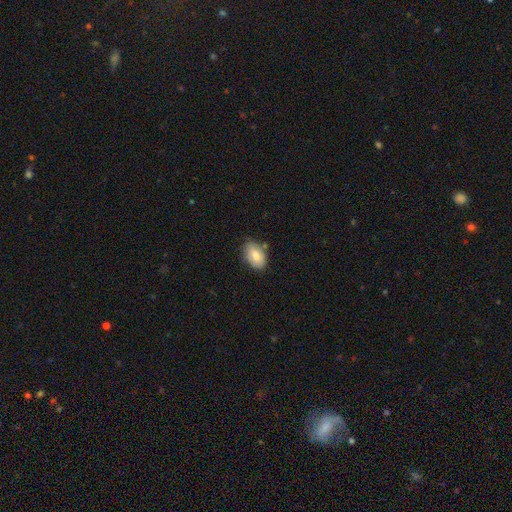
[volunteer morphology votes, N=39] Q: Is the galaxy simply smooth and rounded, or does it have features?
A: smooth — 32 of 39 (82%).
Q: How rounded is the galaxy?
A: in between — 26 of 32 (81%).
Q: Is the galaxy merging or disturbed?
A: none — 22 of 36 (61%).